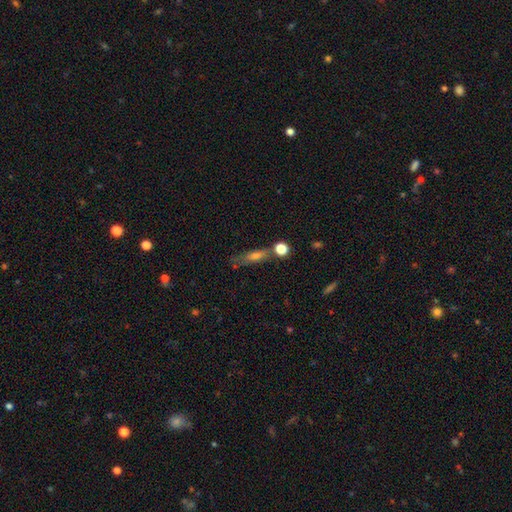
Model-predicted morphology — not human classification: The model was most divided on "smooth or featured": smooth: 50%, featured or disk: 35%, star or artifact: 15%. More confident: how rounded — cigar-shaped (62%); merging — none (58%).